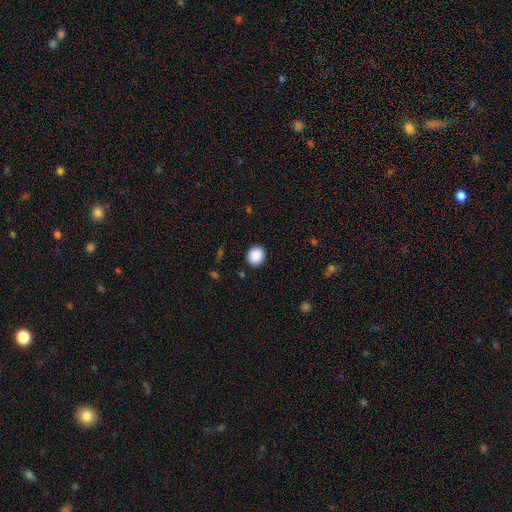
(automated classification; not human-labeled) smooth_or_featured: smooth (p=0.89) [alt: star or artifact p=0.08]
how_rounded: round (p=0.82) [alt: in between p=0.18]
merging: none (p=0.91) [alt: minor disturbance p=0.06]